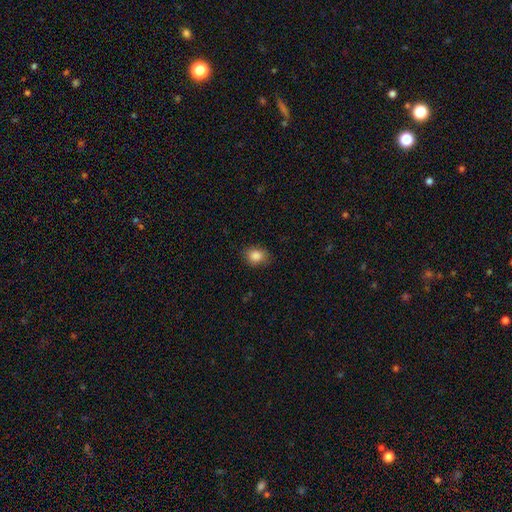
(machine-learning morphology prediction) This appears to be a smooth galaxy with no disk features (86%) that is in between round and cigar-shaped (53%). Merging: none (81%).